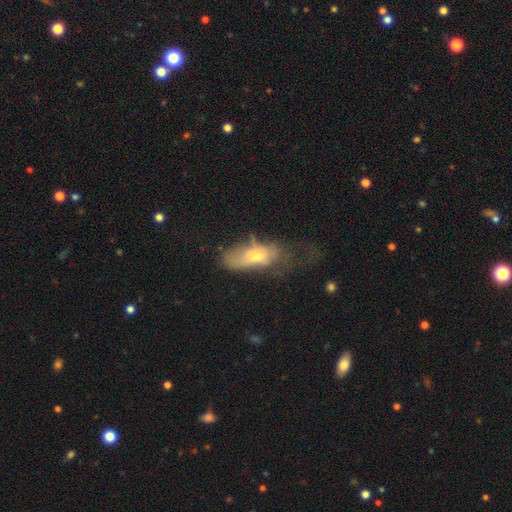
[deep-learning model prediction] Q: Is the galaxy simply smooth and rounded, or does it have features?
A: smooth — 54%.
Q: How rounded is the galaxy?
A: in between — 78%.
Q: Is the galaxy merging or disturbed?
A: major disturbance — 46%.